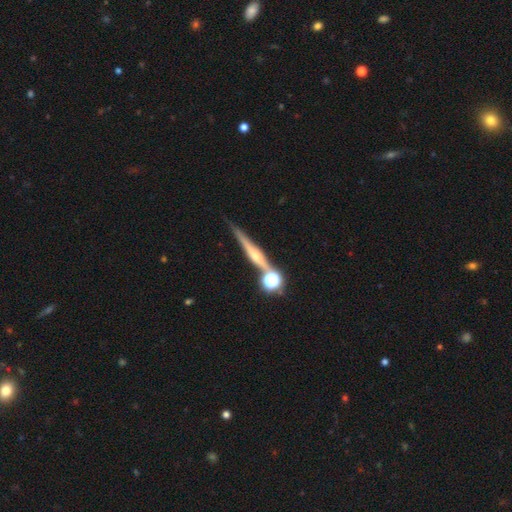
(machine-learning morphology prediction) This appears to be a featured or disk galaxy (69%) viewed edge-on (95%) with a rounded central bulge (83%). Merging: none (73%).